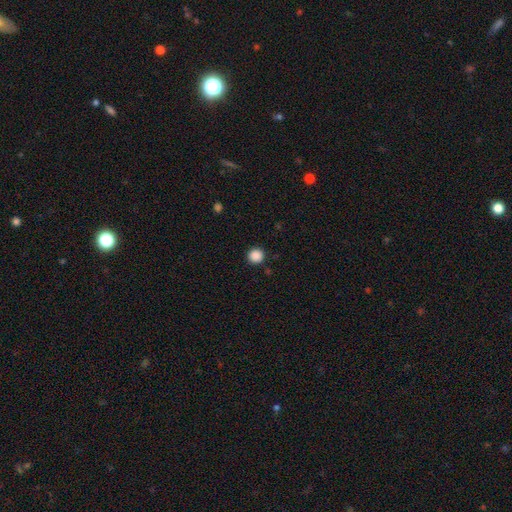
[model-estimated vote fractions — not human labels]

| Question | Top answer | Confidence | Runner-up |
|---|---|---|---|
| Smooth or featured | smooth | 88% | star or artifact (10%) |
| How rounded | round | 94% | in between (5%) |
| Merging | none | 91% | minor disturbance (5%) |